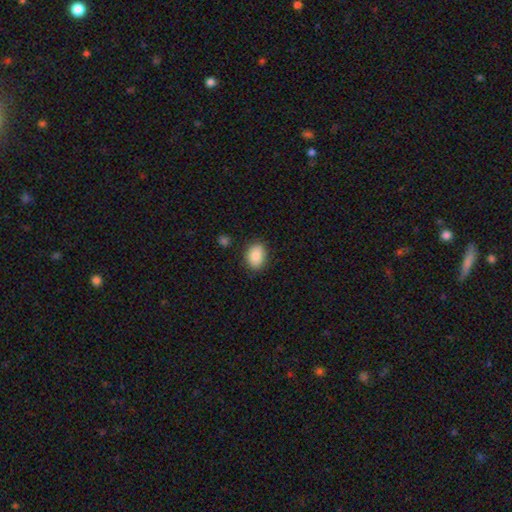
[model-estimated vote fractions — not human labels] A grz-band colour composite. It shows a smooth galaxy with no disk features (85%) that is in between round and cigar-shaped (71%). Merging: none (85%).